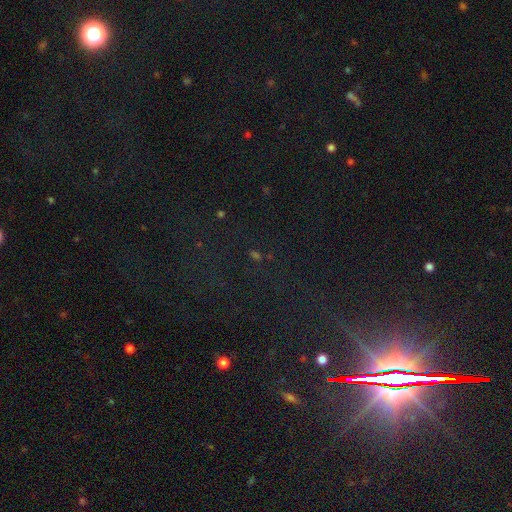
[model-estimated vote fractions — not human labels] A star or artifact, not a galaxy (69%).

Vote fractions:
- Smooth or featured? star or artifact: 69% / smooth: 21% / featured or disk: 10%